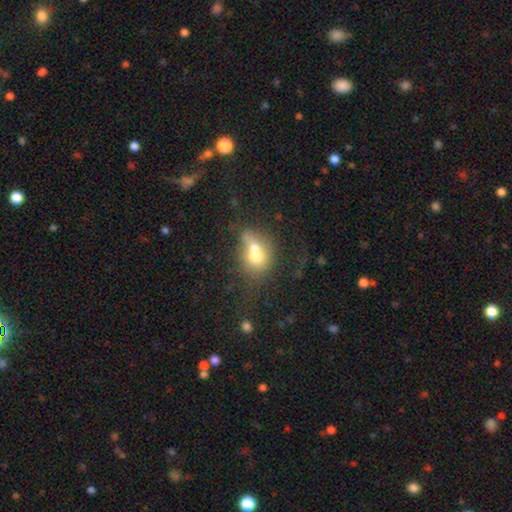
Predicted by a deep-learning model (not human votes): Smooth or featured? Predicted: smooth (p=0.62). How rounded? Predicted: round (p=0.56). Merging? Predicted: merger (p=0.64).